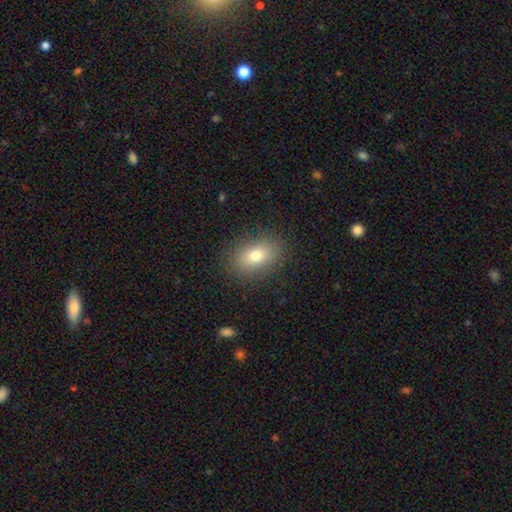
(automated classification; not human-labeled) Smooth or featured: smooth — 78% (featured or disk — 12%)
How rounded: in between — 82% (round — 16%)
Merging: none — 87% (minor disturbance — 9%)